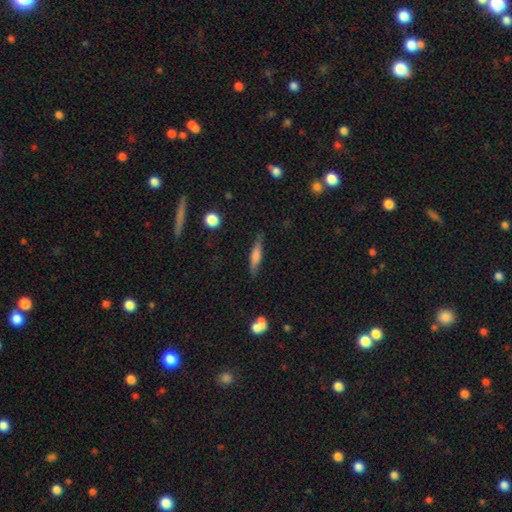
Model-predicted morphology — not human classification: Smooth or featured?
  - smooth: 57% *
  - featured or disk: 35%
  - star or artifact: 8%
How rounded?
  - cigar-shaped: 79% *
  - in between: 18%
  - round: 2%
Merging?
  - none: 80% *
  - minor disturbance: 14%
  - major disturbance: 3%
  - merger: 2%